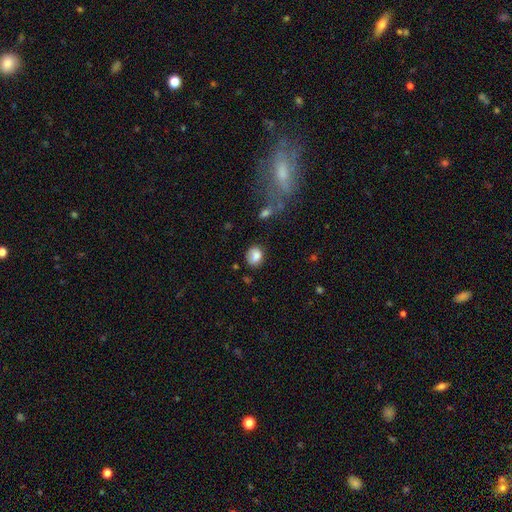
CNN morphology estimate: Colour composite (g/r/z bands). It shows a smooth galaxy with no disk features (79%) that is round (58%). Merging: none (63%).